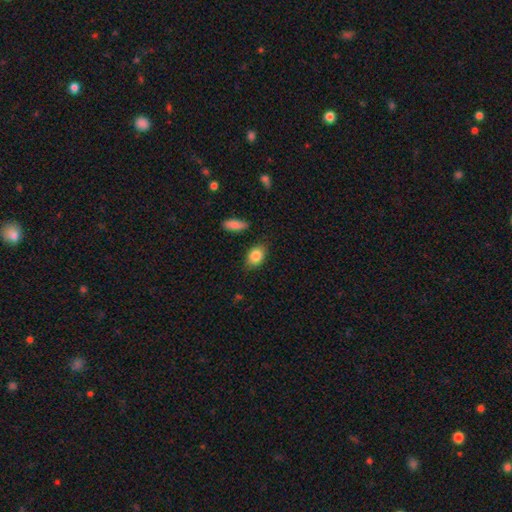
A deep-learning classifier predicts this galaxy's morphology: type=smooth (85%); roundness=in between (79%); merging=none (80%).